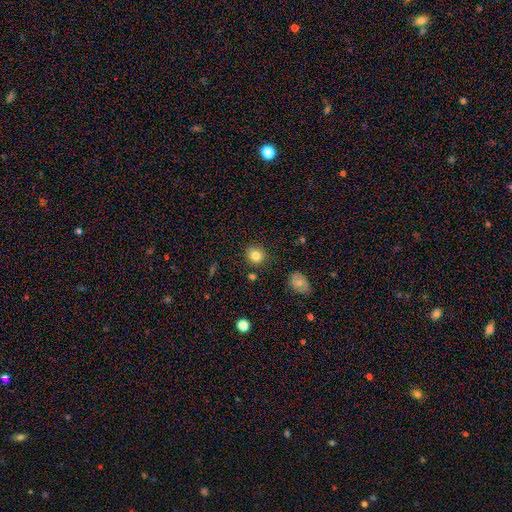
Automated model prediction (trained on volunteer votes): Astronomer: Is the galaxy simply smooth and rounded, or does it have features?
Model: smooth — 83%.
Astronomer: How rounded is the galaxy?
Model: round — 85%.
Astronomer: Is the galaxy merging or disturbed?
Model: none — 85%.